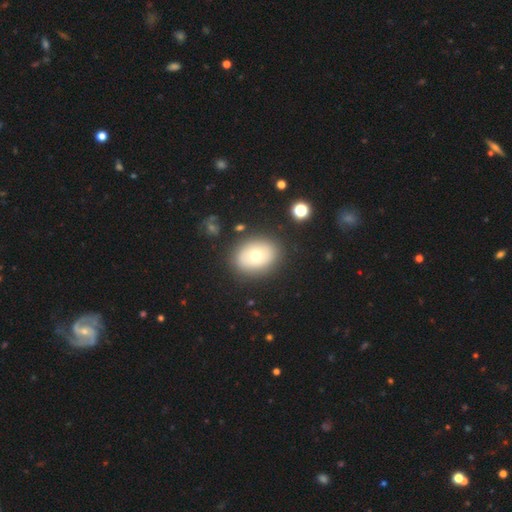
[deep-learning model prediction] Smooth or featured? smooth (67%)
How rounded? in between (58%)
Merging? none (84%)